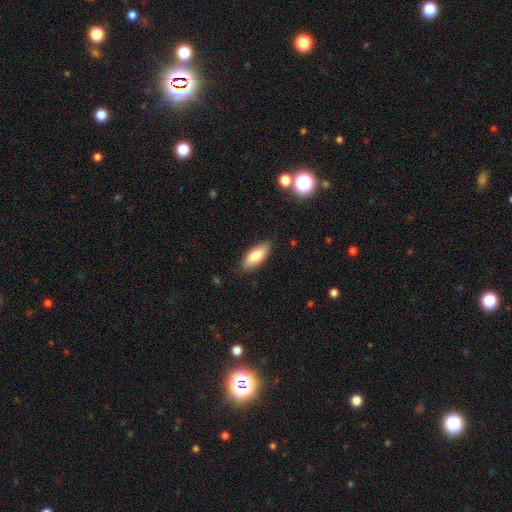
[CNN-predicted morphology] smooth-or-featured: smooth: 79% | featured or disk: 14% | star or artifact: 6%
  how-rounded: in between: 80% | cigar-shaped: 18% | round: 2%
  merging: none: 87% | minor disturbance: 10% | major disturbance: 2% | merger: 1%